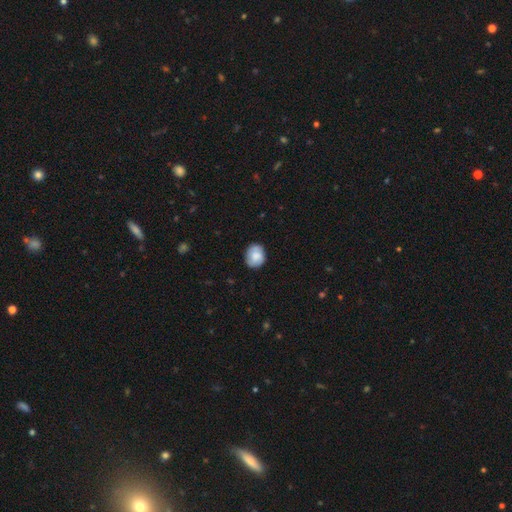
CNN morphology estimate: Overall: smooth (69%). How rounded: round (63%; in between 36%). Merging: none (79%).